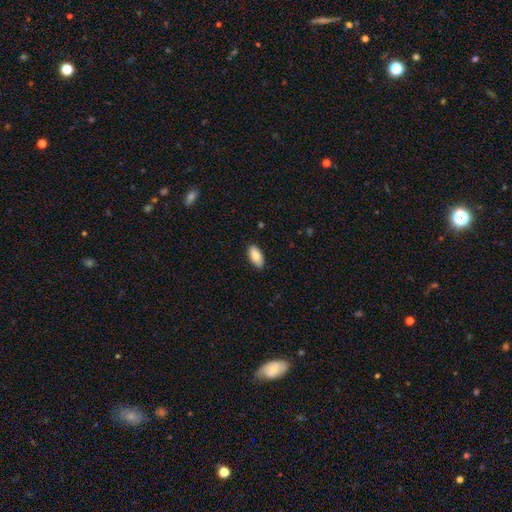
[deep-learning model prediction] The model was most divided on "smooth or featured": smooth: 84%, featured or disk: 10%, star or artifact: 6%. More confident: how rounded — in between (93%); merging — none (88%).